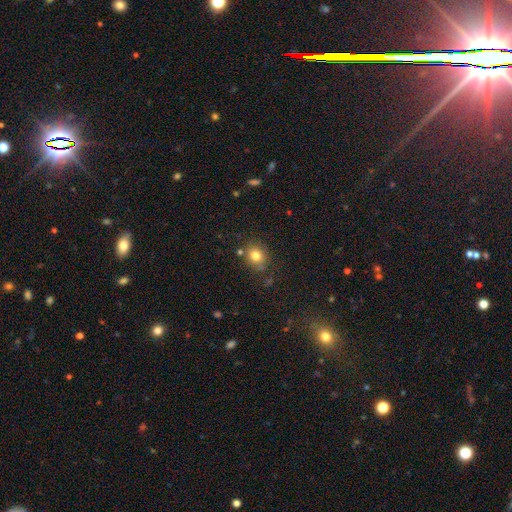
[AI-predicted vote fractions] Smooth or featured?
  - smooth: 79% *
  - star or artifact: 12%
  - featured or disk: 8%
How rounded?
  - round: 74% *
  - in between: 25%
  - cigar-shaped: 1%
Merging?
  - none: 76% *
  - minor disturbance: 13%
  - merger: 7%
  - major disturbance: 4%